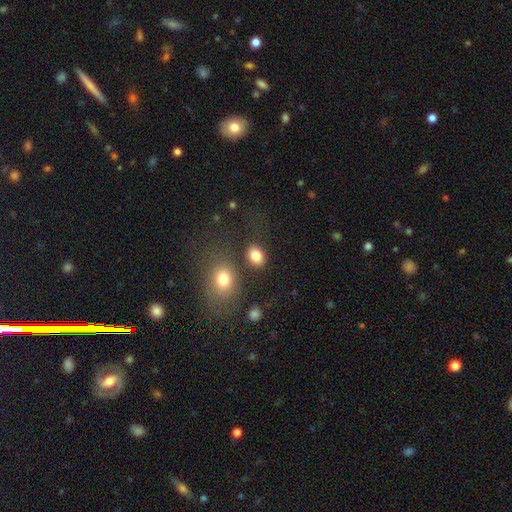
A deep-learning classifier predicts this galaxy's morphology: Smooth or featured: smooth — 84% (star or artifact — 10%)
How rounded: in between — 67% (round — 32%)
Merging: none — 74% (minor disturbance — 12%)